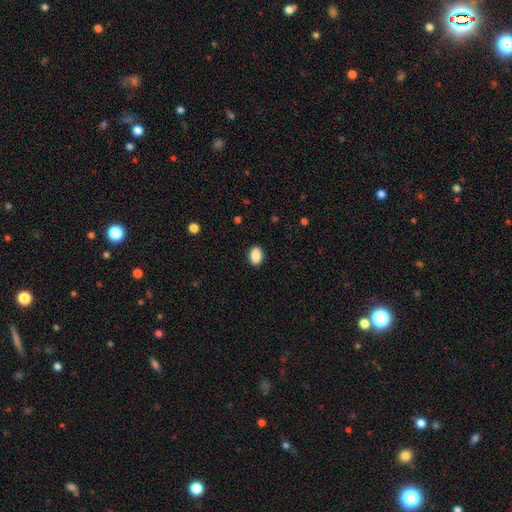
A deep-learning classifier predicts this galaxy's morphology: smooth_or_featured: smooth (p=0.89) [alt: star or artifact p=0.08]
how_rounded: in between (p=0.81) [alt: round p=0.18]
merging: none (p=0.89) [alt: minor disturbance p=0.08]